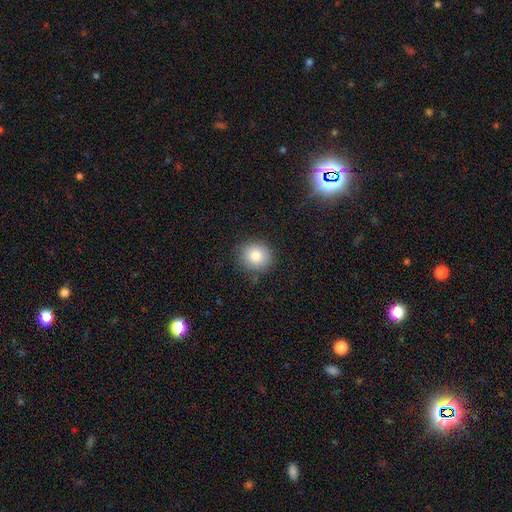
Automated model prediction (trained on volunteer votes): This is clearly a smooth galaxy (82%). How rounded: clearly round (86%). Merging: clearly none (84%).